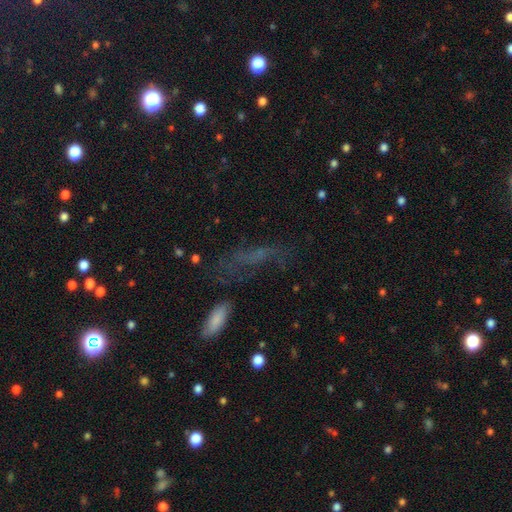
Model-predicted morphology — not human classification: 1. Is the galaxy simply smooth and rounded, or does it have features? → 41% smooth, 31% star or artifact, 28% featured or disk.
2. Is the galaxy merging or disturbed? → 53% none, 20% minor disturbance, 20% major disturbance, 6% merger.